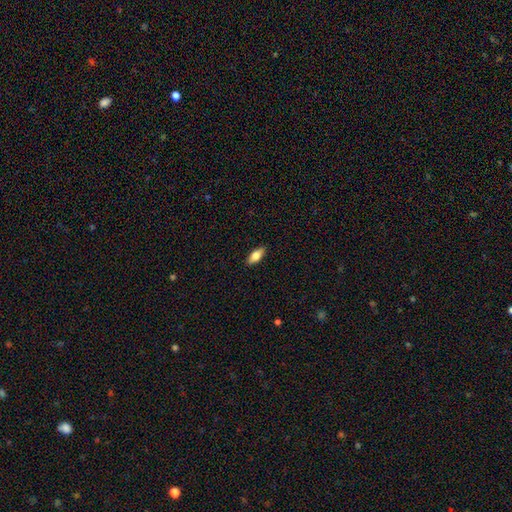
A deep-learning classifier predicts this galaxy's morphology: A smooth galaxy with no disk features (74%) that is in between round and cigar-shaped (81%).

Vote fractions:
- Smooth or featured? smooth: 74% / featured or disk: 19% / star or artifact: 6%
- How rounded? in between: 81% / cigar-shaped: 17% / round: 3%
- Merging? none: 89% / minor disturbance: 8% / major disturbance: 2% / merger: 1%